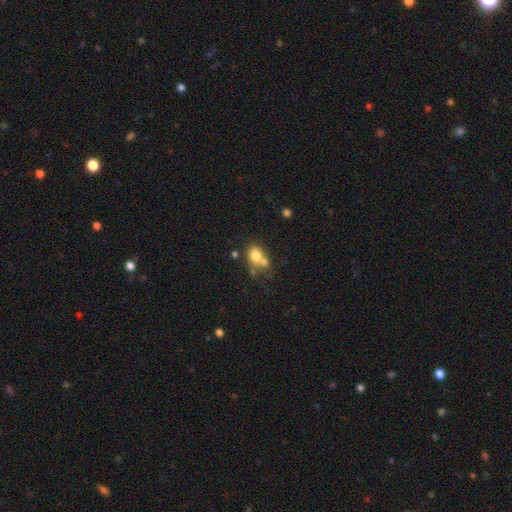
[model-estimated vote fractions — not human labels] A smooth galaxy with no disk features (74%) that is round (56%).

Vote fractions:
- Smooth or featured? smooth: 74% / featured or disk: 15% / star or artifact: 11%
- How rounded? round: 56% / in between: 43% / cigar-shaped: 1%
- Merging? merger: 47% / none: 35% / minor disturbance: 12% / major disturbance: 7%